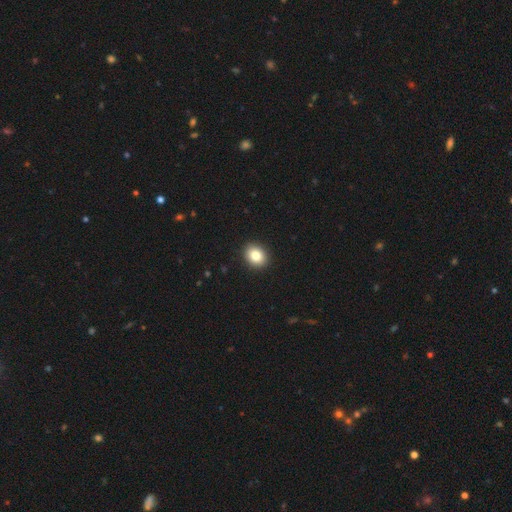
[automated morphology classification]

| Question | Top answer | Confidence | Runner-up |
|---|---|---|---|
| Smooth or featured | smooth | 83% | star or artifact (9%) |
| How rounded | round | 52% | in between (47%) |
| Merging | none | 92% | minor disturbance (5%) |